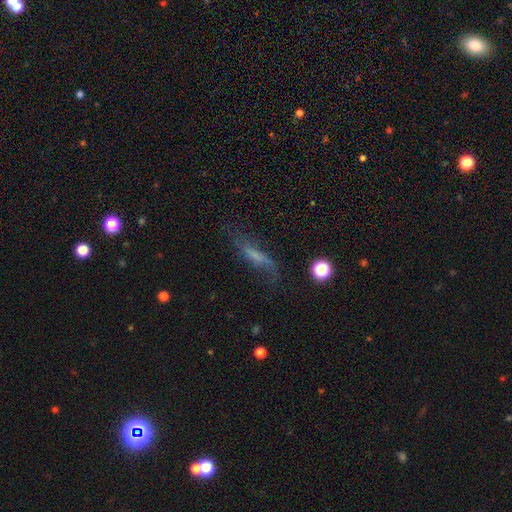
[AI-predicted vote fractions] Smooth or featured? Predicted: featured or disk (p=0.45). Merging? Predicted: none (p=0.53).